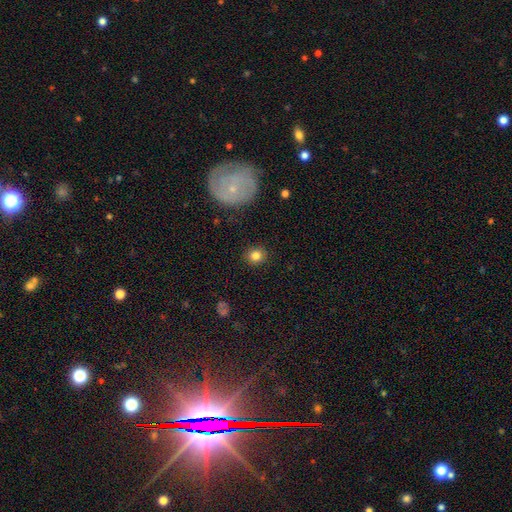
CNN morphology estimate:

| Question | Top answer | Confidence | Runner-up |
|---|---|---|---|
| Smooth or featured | smooth | 83% | star or artifact (10%) |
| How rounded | round | 85% | in between (14%) |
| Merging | none | 90% | minor disturbance (7%) |